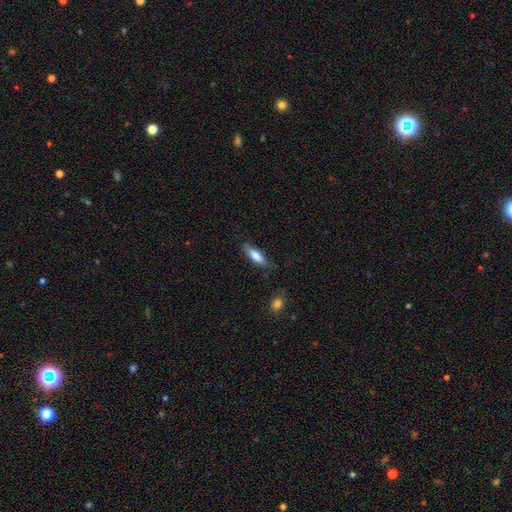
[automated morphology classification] Q: Smooth or featured?
A: smooth (79%); runner-up: featured or disk (15%)
Q: How rounded?
A: cigar-shaped (50%); runner-up: in between (48%)
Q: Merging?
A: none (69%); runner-up: minor disturbance (23%)